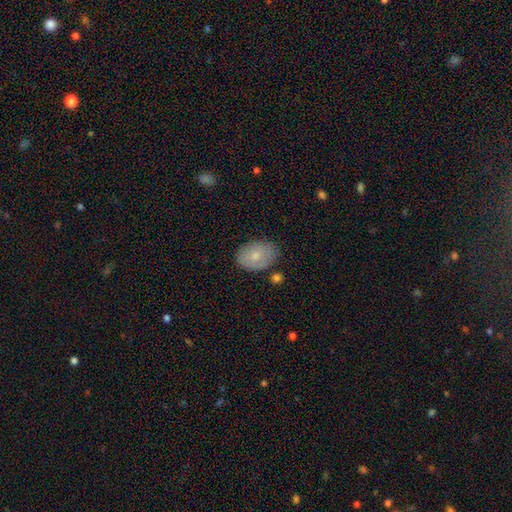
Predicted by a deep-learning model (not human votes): Smooth or featured? smooth (72%)
How rounded? in between (82%)
Merging? none (76%)